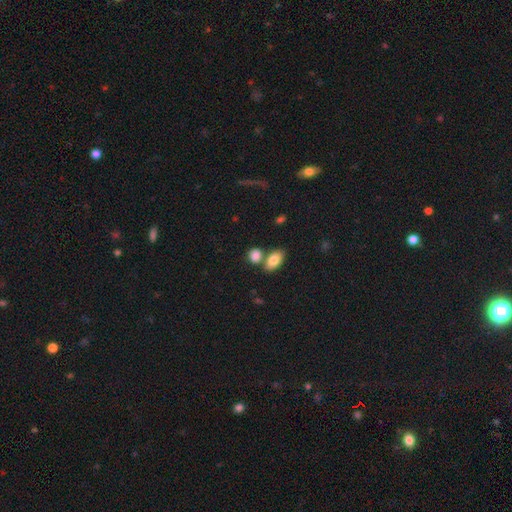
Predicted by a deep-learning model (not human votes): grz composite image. It shows a smooth galaxy with no disk features (84%) that is in between round and cigar-shaped (68%). Merging: none (53%).